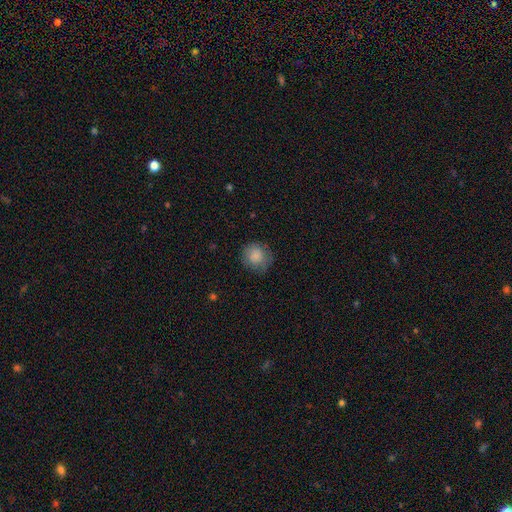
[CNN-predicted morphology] A smooth galaxy with no disk features (85%) that is round (86%).

Vote fractions:
- Smooth or featured? smooth: 85% / star or artifact: 8% / featured or disk: 7%
- How rounded? round: 86% / in between: 14% / cigar-shaped: 1%
- Merging? none: 73% / minor disturbance: 19% / major disturbance: 6% / merger: 1%